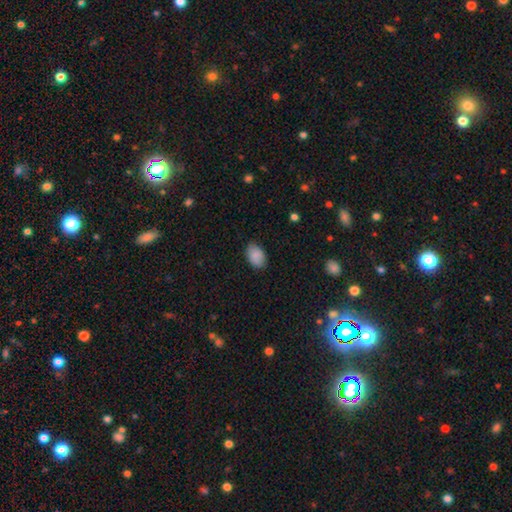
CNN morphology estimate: smooth_or_featured: smooth (p=0.89) [alt: star or artifact p=0.07]
how_rounded: in between (p=0.87) [alt: round p=0.12]
merging: none (p=0.84) [alt: minor disturbance p=0.13]